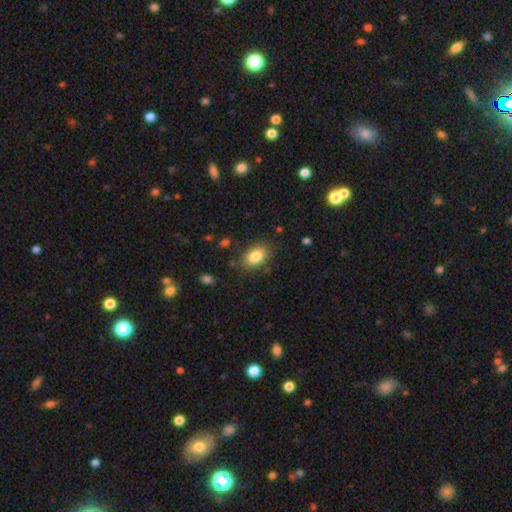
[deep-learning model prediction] A smooth galaxy with no disk features (84%) that is in between round and cigar-shaped (84%).

Vote fractions:
- Smooth or featured? smooth: 84% / featured or disk: 8% / star or artifact: 8%
- How rounded? in between: 84% / round: 14% / cigar-shaped: 1%
- Merging? none: 82% / minor disturbance: 13% / major disturbance: 4% / merger: 2%